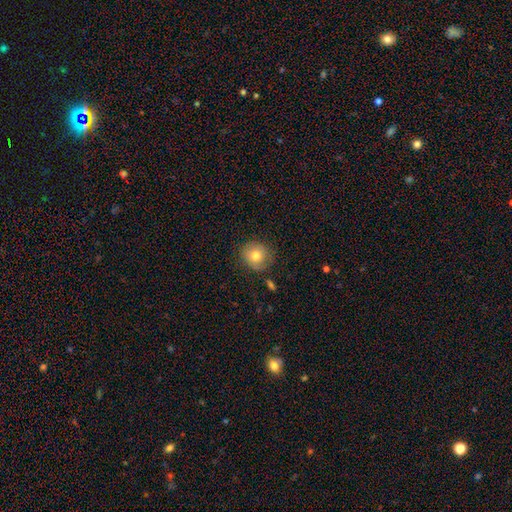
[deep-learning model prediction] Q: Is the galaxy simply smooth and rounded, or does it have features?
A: smooth — 76%.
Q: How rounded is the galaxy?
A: round — 86%.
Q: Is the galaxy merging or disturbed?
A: none — 78%.